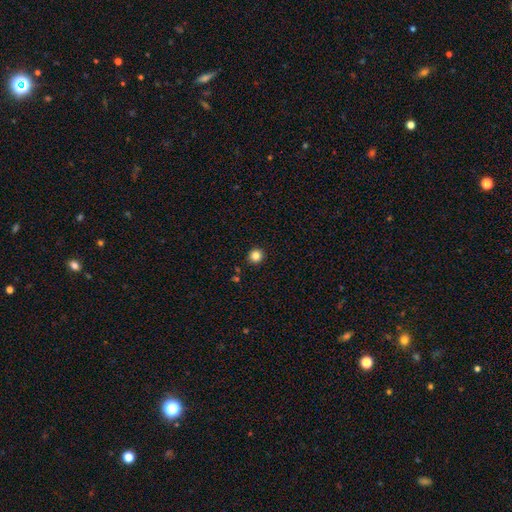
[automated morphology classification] Smooth or featured: smooth — 83% (star or artifact — 12%)
How rounded: round — 94% (in between — 5%)
Merging: none — 92% (minor disturbance — 5%)